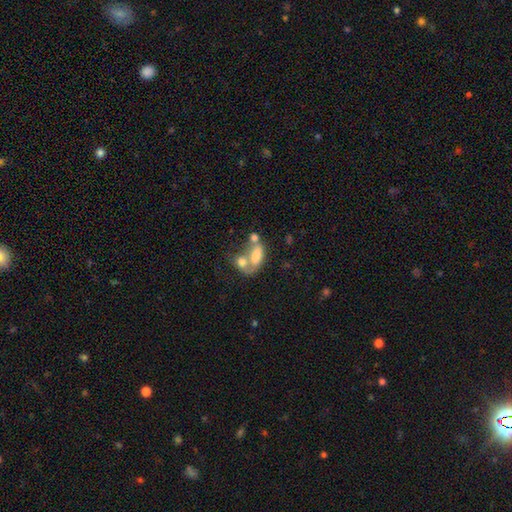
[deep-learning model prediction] A smooth galaxy with no disk features (63%) that is in between round and cigar-shaped (84%).

Vote fractions:
- Smooth or featured? smooth: 63% / featured or disk: 28% / star or artifact: 9%
- How rounded? in between: 84% / round: 9% / cigar-shaped: 7%
- Merging? merger: 63% / none: 18% / major disturbance: 11% / minor disturbance: 9%